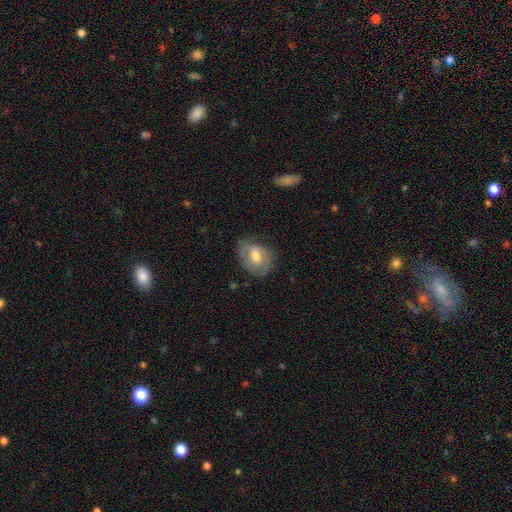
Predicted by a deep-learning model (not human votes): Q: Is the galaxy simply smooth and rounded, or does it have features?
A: featured or disk — 47%.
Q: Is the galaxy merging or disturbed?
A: none — 67%.